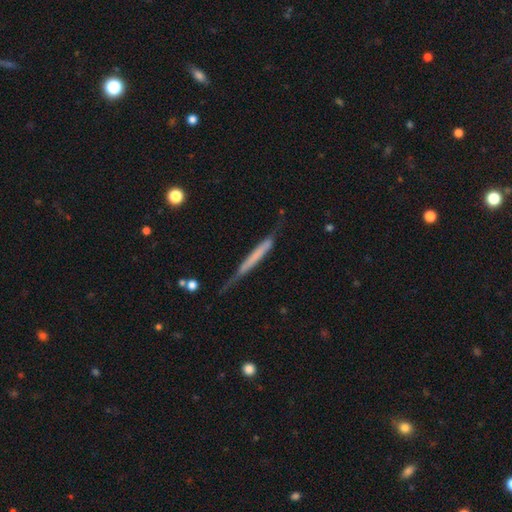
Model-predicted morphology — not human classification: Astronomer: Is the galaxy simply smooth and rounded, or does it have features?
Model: smooth — 48% (runner-up: featured or disk, 46%).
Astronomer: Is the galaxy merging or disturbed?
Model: none — 58%.